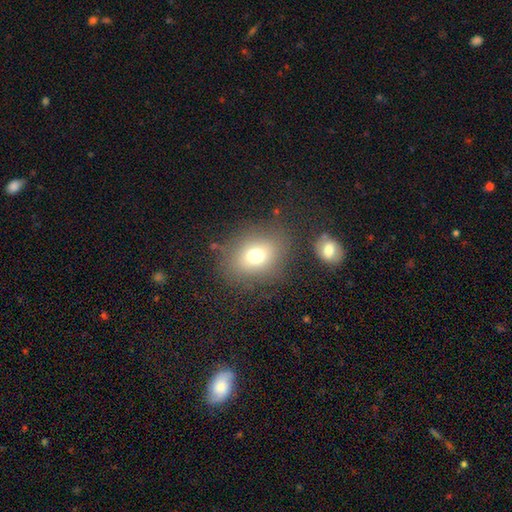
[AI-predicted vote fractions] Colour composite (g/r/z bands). It shows a smooth galaxy with no disk features (71%) that is round (55%). Merging: none (76%).